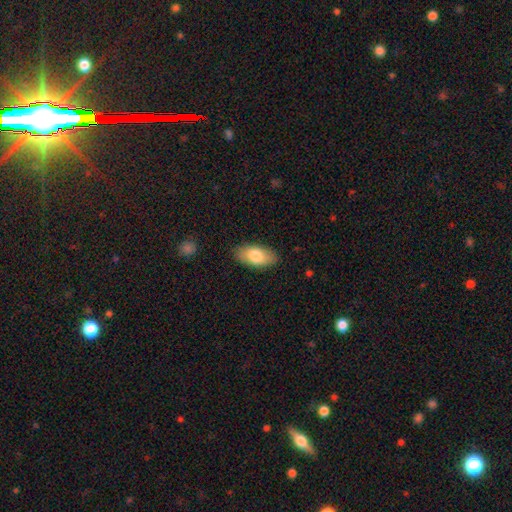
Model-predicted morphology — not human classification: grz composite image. It shows a smooth galaxy with no disk features (79%) that is in between round and cigar-shaped (91%). Merging: none (86%).